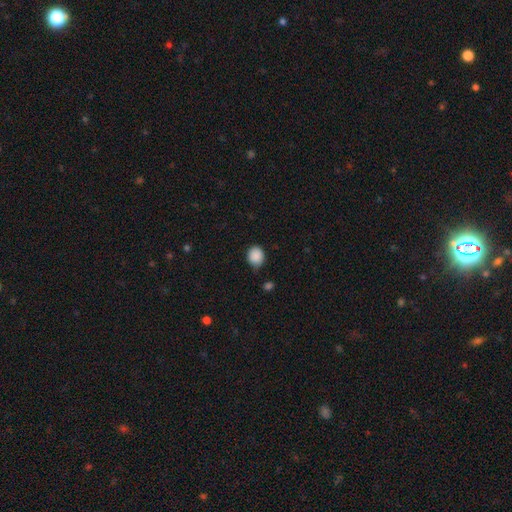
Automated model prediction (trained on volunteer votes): Smooth or featured?
  - smooth: 89% *
  - star or artifact: 8%
  - featured or disk: 3%
How rounded?
  - round: 60% *
  - in between: 39%
  - cigar-shaped: 1%
Merging?
  - none: 74% *
  - minor disturbance: 20%
  - major disturbance: 4%
  - merger: 2%